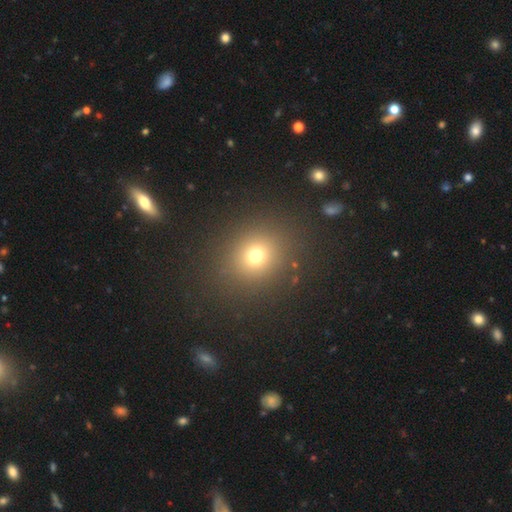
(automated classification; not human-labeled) Morphology: type=smooth (71%); roundness=round (77%); merging=none (87%).